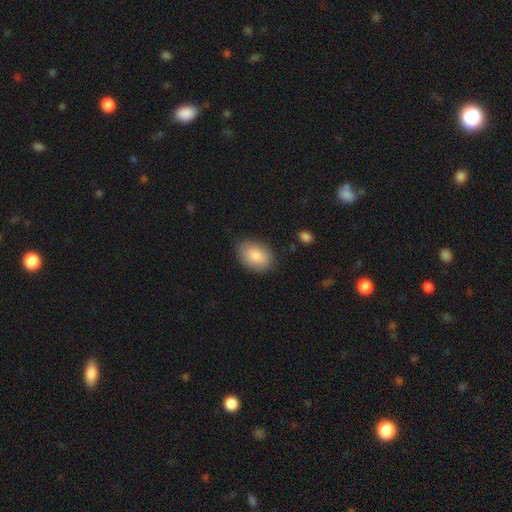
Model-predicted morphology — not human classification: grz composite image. It shows a smooth galaxy with no disk features (85%) that is in between round and cigar-shaped (84%). Merging: none (82%).